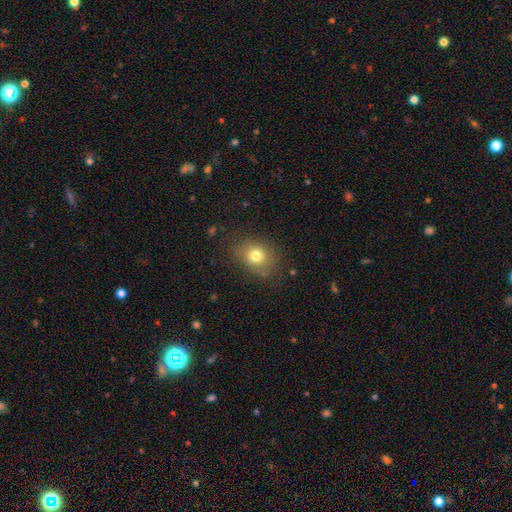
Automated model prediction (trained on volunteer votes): The model was most divided on "how rounded": round: 51%, in between: 47%, cigar-shaped: 1%. More confident: merging — none (77%); smooth or featured — smooth (76%).